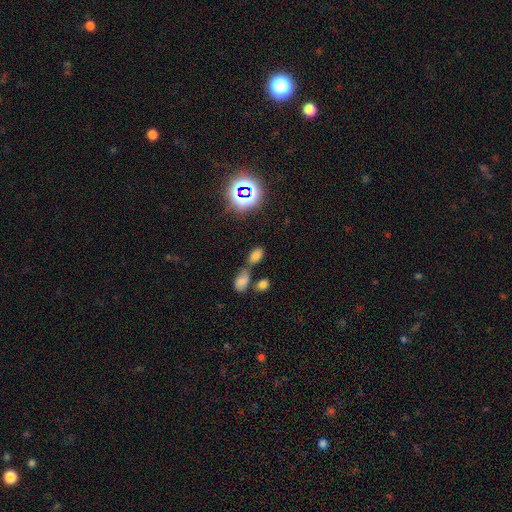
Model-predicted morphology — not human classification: Smooth or featured? smooth (66%)
How rounded? in between (90%)
Merging? none (50%)